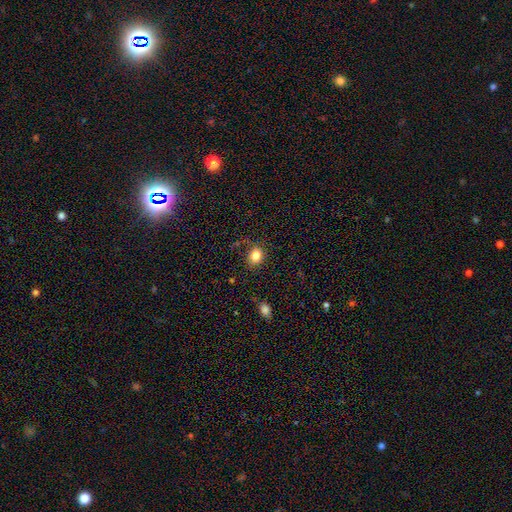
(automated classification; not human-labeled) Smooth or featured?
  - smooth: 83% *
  - star or artifact: 11%
  - featured or disk: 6%
How rounded?
  - round: 59% *
  - in between: 40%
  - cigar-shaped: 1%
Merging?
  - none: 81% *
  - minor disturbance: 13%
  - major disturbance: 4%
  - merger: 2%